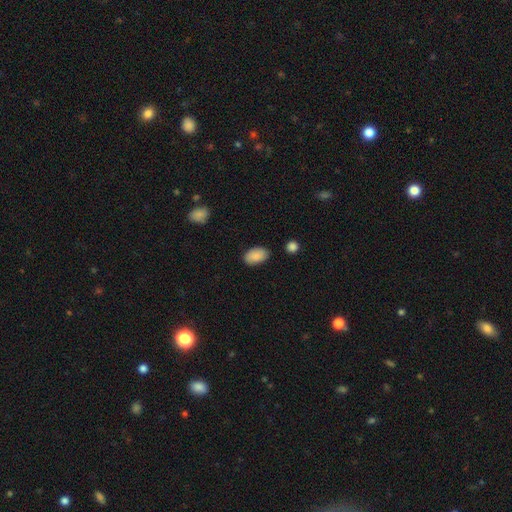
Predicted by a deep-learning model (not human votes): Overall: smooth (88%). How rounded: in between (93%). Merging: none (83%).